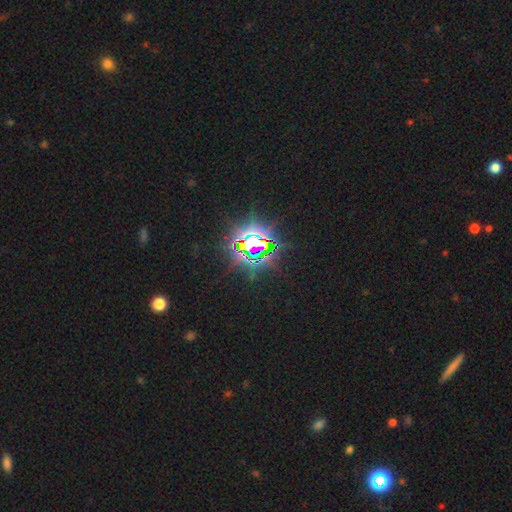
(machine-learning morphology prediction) Q: Smooth or featured?
A: star or artifact (85%); runner-up: smooth (8%)